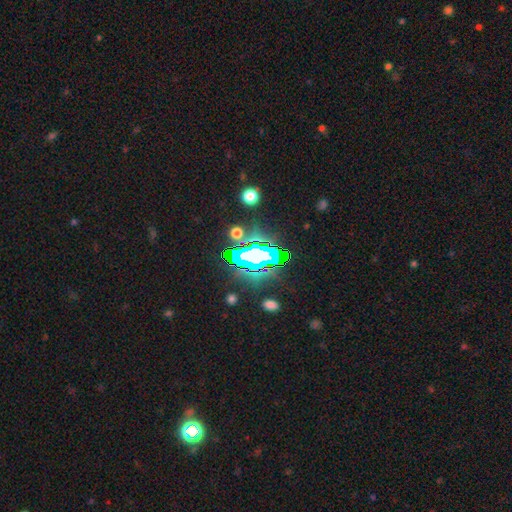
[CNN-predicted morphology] This is likely a star or artifact rather than a galaxy (66%).